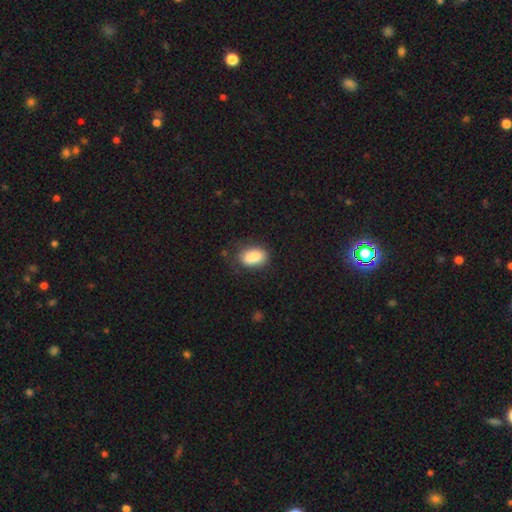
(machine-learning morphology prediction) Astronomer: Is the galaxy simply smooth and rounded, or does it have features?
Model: smooth — 87%.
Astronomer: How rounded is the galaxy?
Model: in between — 89%.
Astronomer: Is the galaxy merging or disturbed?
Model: none — 74%.